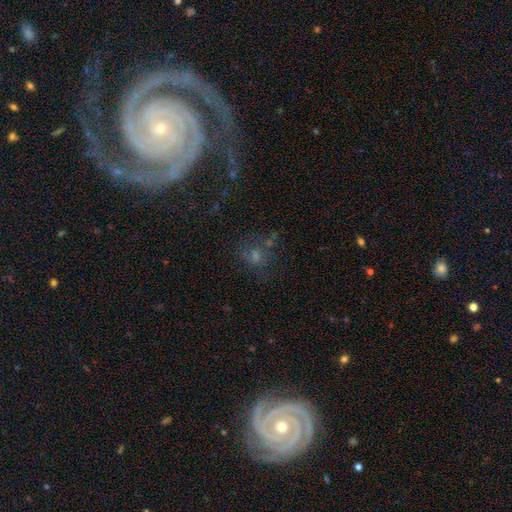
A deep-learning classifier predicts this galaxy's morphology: This appears to be a smooth galaxy with no disk features (46%). Merging: none (50%).